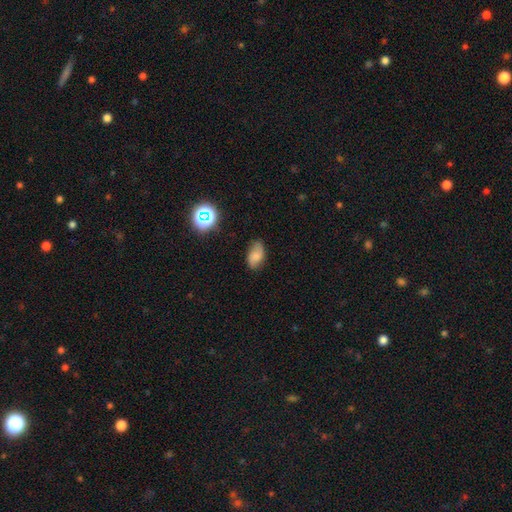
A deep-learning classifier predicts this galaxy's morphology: Smooth or featured: smooth — 68% (featured or disk — 20%)
How rounded: in between — 89% (round — 9%)
Merging: none — 72% (minor disturbance — 22%)